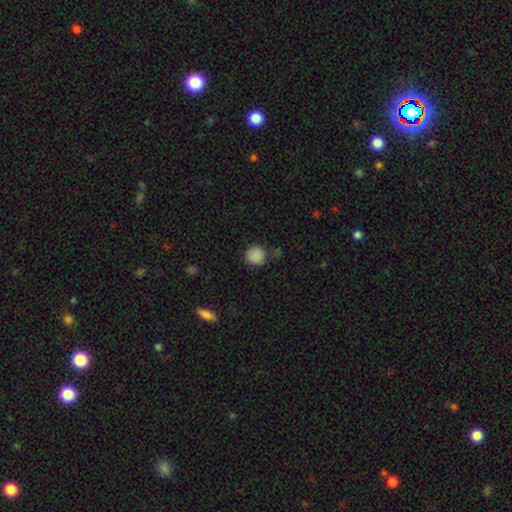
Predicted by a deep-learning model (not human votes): Smooth or featured? smooth (87%)
How rounded? round (89%)
Merging? none (78%)